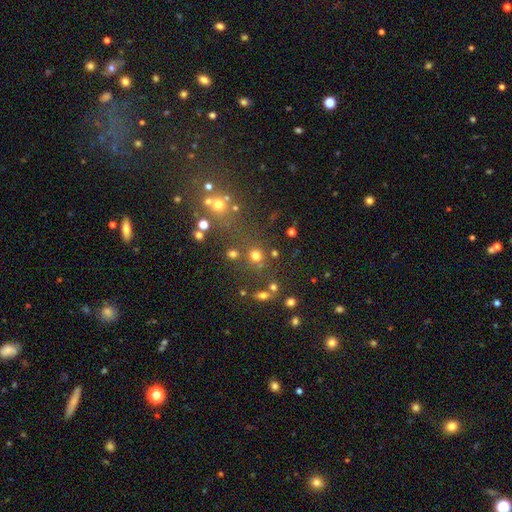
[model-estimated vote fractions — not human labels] Smooth or featured? Predicted: smooth (p=0.70). How rounded? Predicted: round (p=0.88). Merging? Predicted: none (p=0.70).